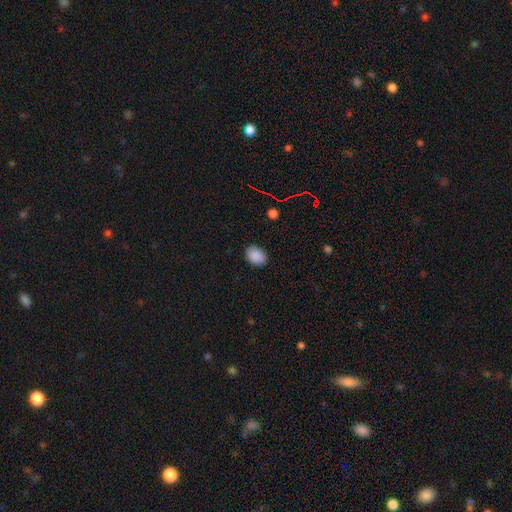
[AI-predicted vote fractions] smooth_or_featured: smooth (p=0.88) [alt: star or artifact p=0.09]
how_rounded: in between (p=0.71) [alt: round p=0.28]
merging: none (p=0.86) [alt: minor disturbance p=0.11]